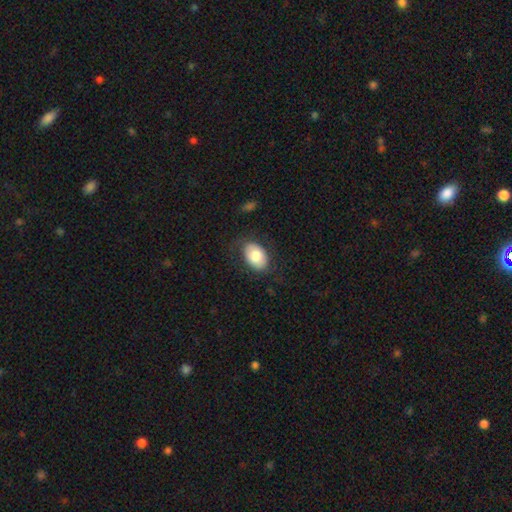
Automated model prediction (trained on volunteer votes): smooth_or_featured: smooth (p=0.77) [alt: featured or disk p=0.16]
how_rounded: in between (p=0.86) [alt: round p=0.13]
merging: none (p=0.75) [alt: minor disturbance p=0.16]